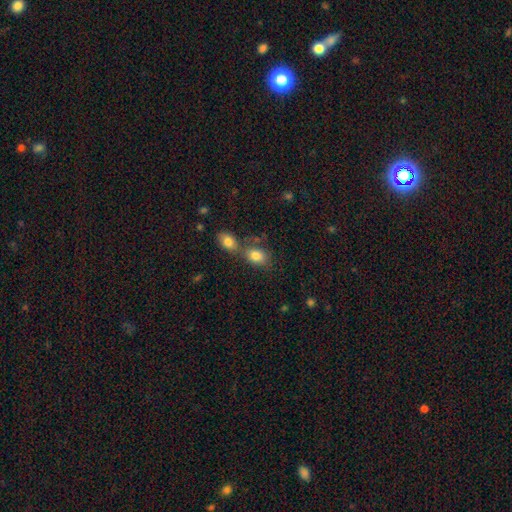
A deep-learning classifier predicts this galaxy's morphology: Overall: smooth (81%). How rounded: in between (74%). Merging: none (43%; merger 41%).